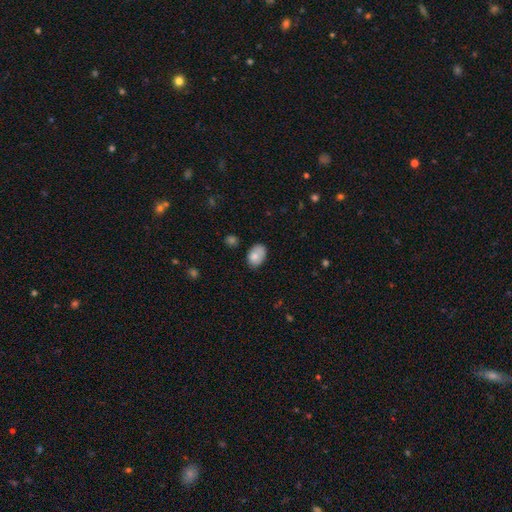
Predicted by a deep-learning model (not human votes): smooth_or_featured: smooth (p=0.78) [alt: featured or disk p=0.14]
how_rounded: in between (p=0.82) [alt: round p=0.17]
merging: none (p=0.62) [alt: minor disturbance p=0.27]